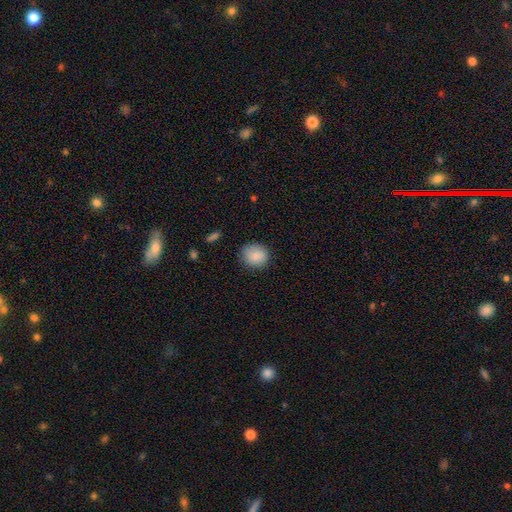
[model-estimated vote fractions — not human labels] smooth_or_featured: smooth (p=0.88) [alt: star or artifact p=0.08]
how_rounded: round (p=0.80) [alt: in between p=0.19]
merging: none (p=0.84) [alt: minor disturbance p=0.12]